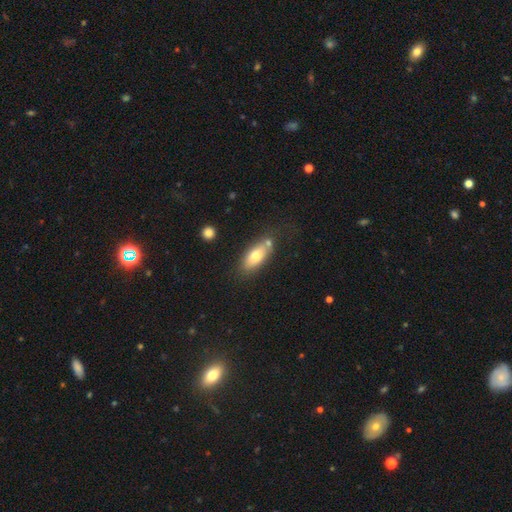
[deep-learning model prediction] Smooth or featured? smooth (69%)
How rounded? in between (80%)
Merging? none (61%)